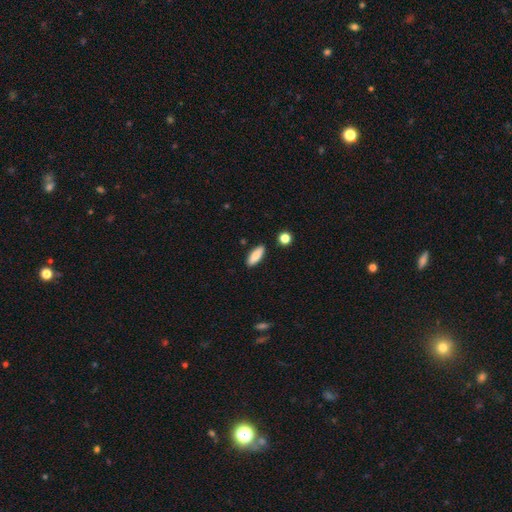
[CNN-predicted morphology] smooth-or-featured: smooth: 84% | featured or disk: 10% | star or artifact: 6%
  how-rounded: in between: 68% | cigar-shaped: 29% | round: 2%
  merging: none: 88% | minor disturbance: 8% | merger: 2% | major disturbance: 2%